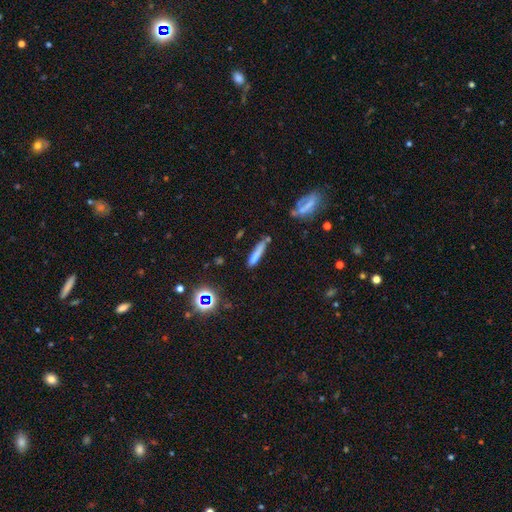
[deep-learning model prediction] smooth 69%, featured or disk 19%, star or artifact 12%. Down the decision tree: how rounded — cigar-shaped (86%); merging — none (56%).